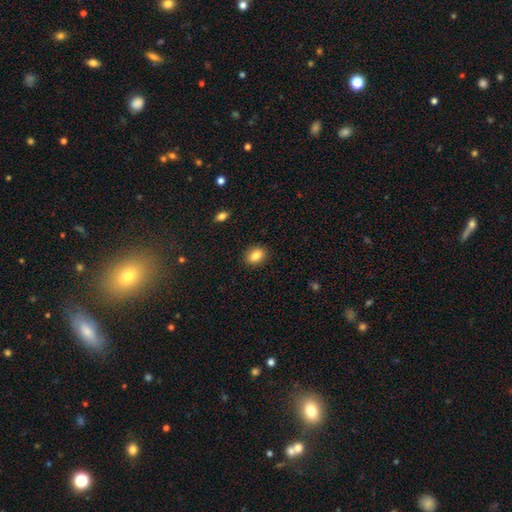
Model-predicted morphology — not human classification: Smooth or featured? Predicted: smooth (p=0.86). How rounded? Predicted: in between (p=0.66). Merging? Predicted: none (p=0.89).